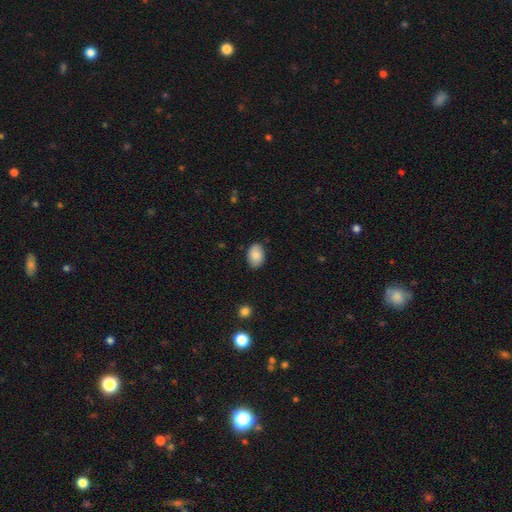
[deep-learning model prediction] This appears to be a smooth galaxy with no disk features (84%) that is in between round and cigar-shaped (85%). Merging: none (84%).